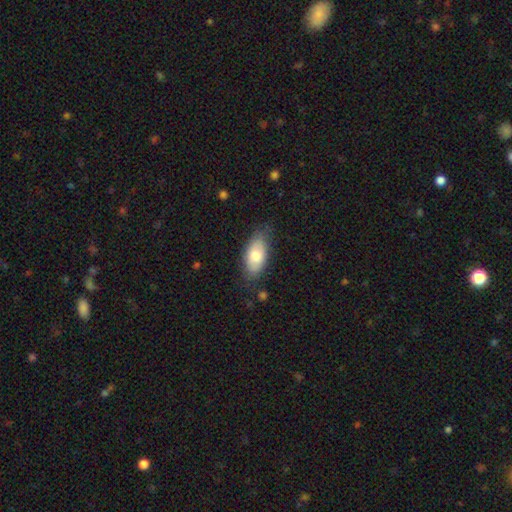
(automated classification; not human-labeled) A smooth galaxy with no disk features (75%) that is in between round and cigar-shaped (90%).

Vote fractions:
- Smooth or featured? smooth: 75% / featured or disk: 19% / star or artifact: 6%
- How rounded? in between: 90% / cigar-shaped: 7% / round: 3%
- Merging? none: 75% / minor disturbance: 20% / major disturbance: 4% / merger: 2%